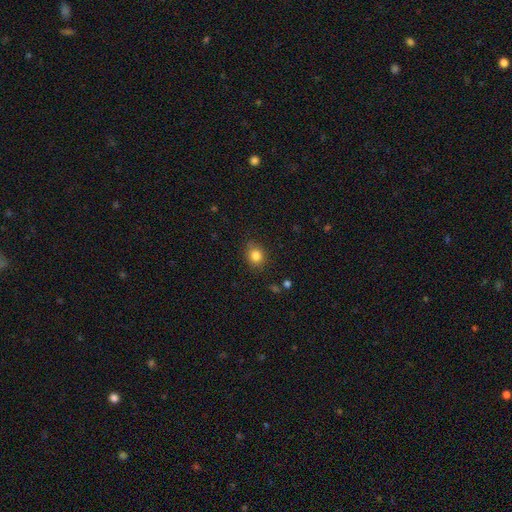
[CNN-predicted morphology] This is clearly a smooth galaxy (83%). How rounded: likely round (66%). Merging: clearly none (81%).